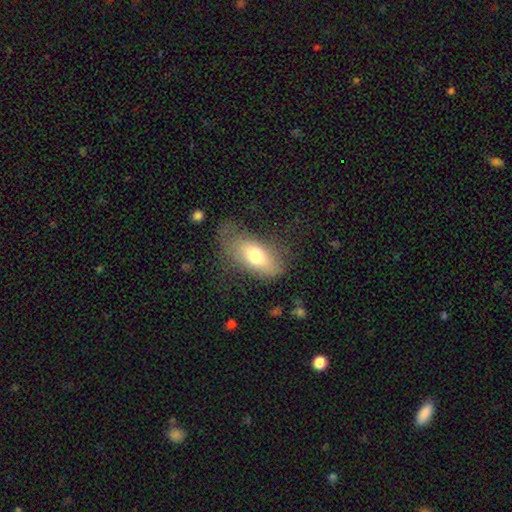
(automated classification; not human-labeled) Smooth or featured: smooth — 68% (featured or disk — 24%)
How rounded: in between — 86% (cigar-shaped — 7%)
Merging: none — 52% (minor disturbance — 25%)